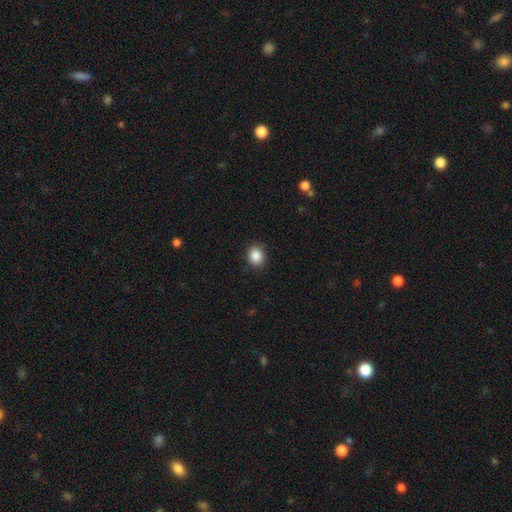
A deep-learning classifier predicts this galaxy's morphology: A smooth galaxy with no disk features (89%) that is round (54%). Merging: none (89%).